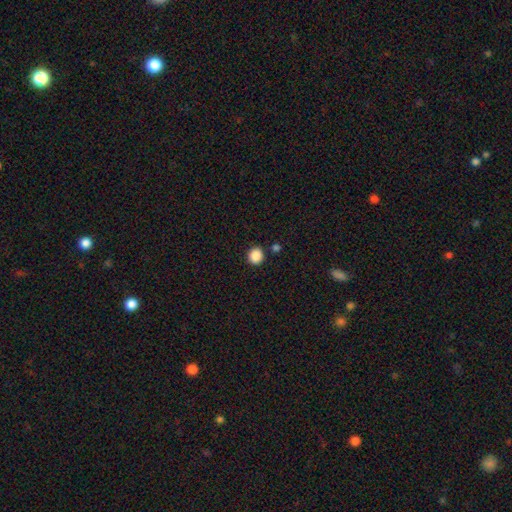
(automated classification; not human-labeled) The model was most divided on "how rounded": round: 87%, in between: 12%, cigar-shaped: 1%. More confident: smooth or featured — smooth (88%); merging — none (87%).